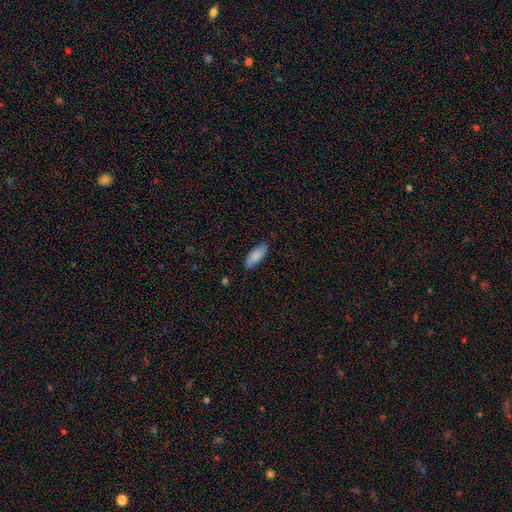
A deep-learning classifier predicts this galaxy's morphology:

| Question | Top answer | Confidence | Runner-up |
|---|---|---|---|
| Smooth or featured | smooth | 84% | featured or disk (10%) |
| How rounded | in between | 73% | cigar-shaped (25%) |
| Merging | none | 84% | minor disturbance (13%) |